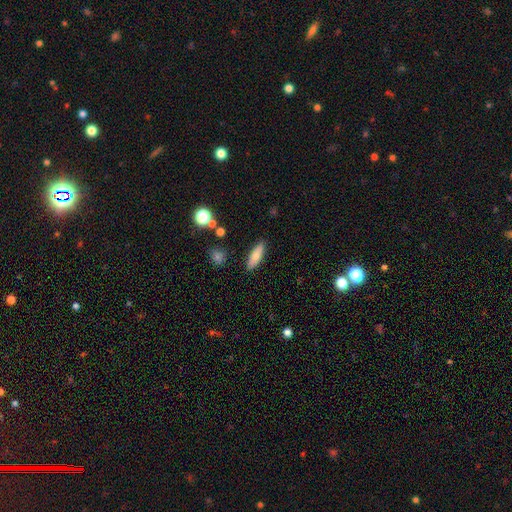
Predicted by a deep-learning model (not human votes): A smooth galaxy with no disk features (74%) that is in between round and cigar-shaped (50%). Merging: none (87%).